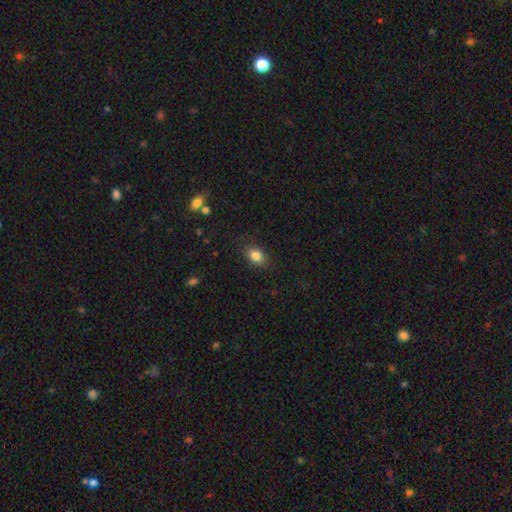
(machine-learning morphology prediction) This appears to be a smooth galaxy with no disk features (84%) that is in between round and cigar-shaped (72%). Merging: none (80%).